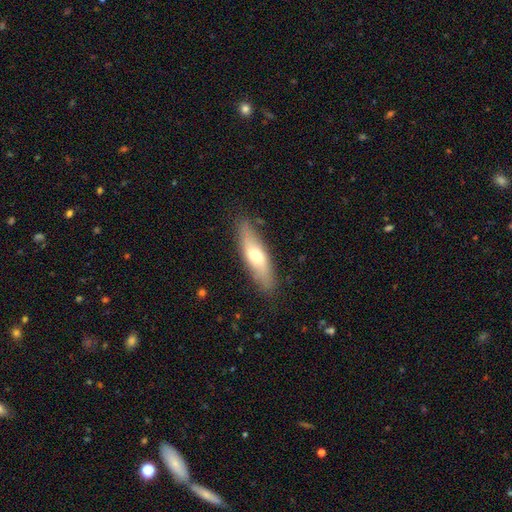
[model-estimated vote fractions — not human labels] Overall: smooth (58%; featured or disk 36%). How rounded: cigar-shaped (53%; in between 45%). Merging: none (83%).